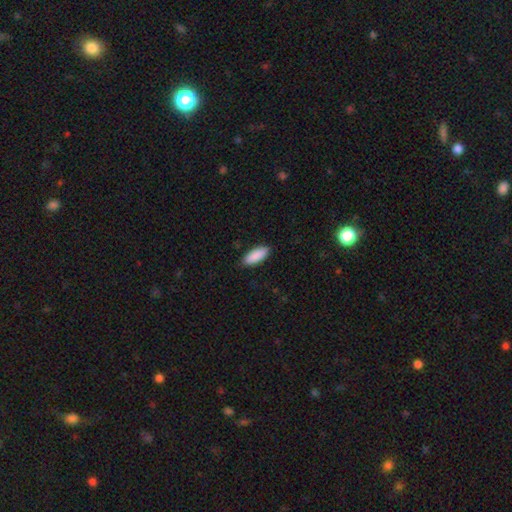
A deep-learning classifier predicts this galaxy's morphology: Q: Smooth or featured?
A: smooth (91%); runner-up: star or artifact (6%)
Q: How rounded?
A: in between (78%); runner-up: cigar-shaped (21%)
Q: Merging?
A: none (88%); runner-up: minor disturbance (9%)